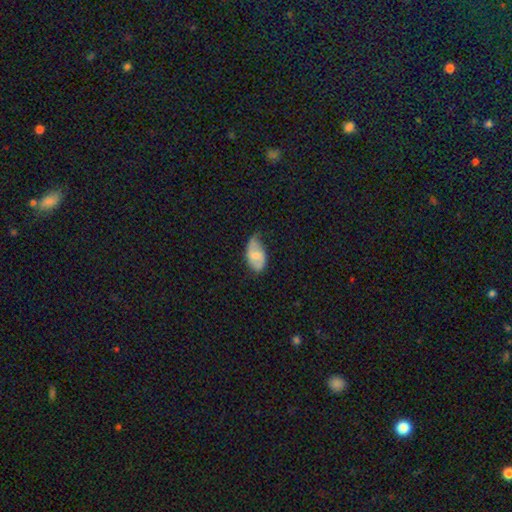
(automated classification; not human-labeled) This is possibly a smooth galaxy (53%). How rounded: clearly in between (93%). Merging: marginally minor disturbance (43%).